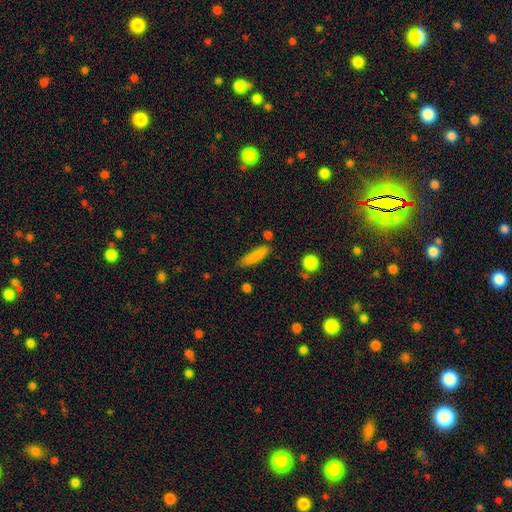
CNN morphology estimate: Smooth or featured? Predicted: smooth (p=0.83). How rounded? Predicted: cigar-shaped (p=0.70). Merging? Predicted: none (p=0.72).